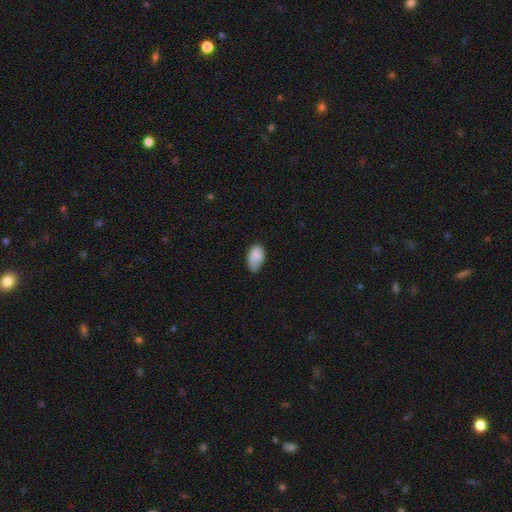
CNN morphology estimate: smooth-or-featured: smooth: 86% | star or artifact: 7% | featured or disk: 7%
  how-rounded: in between: 91% | round: 7% | cigar-shaped: 2%
  merging: minor disturbance: 44% | none: 43% | major disturbance: 11% | merger: 2%